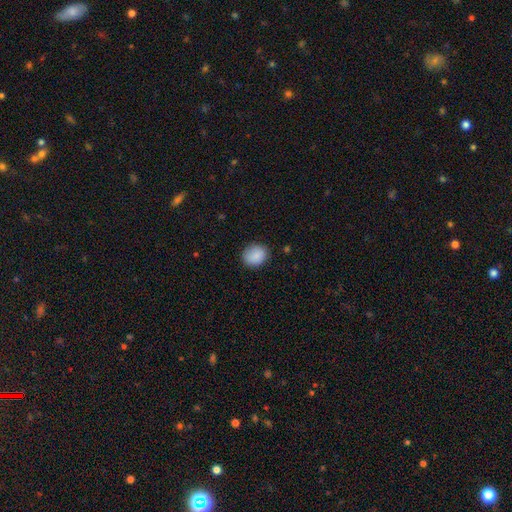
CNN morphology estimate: smooth_or_featured: smooth (p=0.88) [alt: star or artifact p=0.08]
how_rounded: round (p=0.58) [alt: in between p=0.41]
merging: none (p=0.84) [alt: minor disturbance p=0.12]